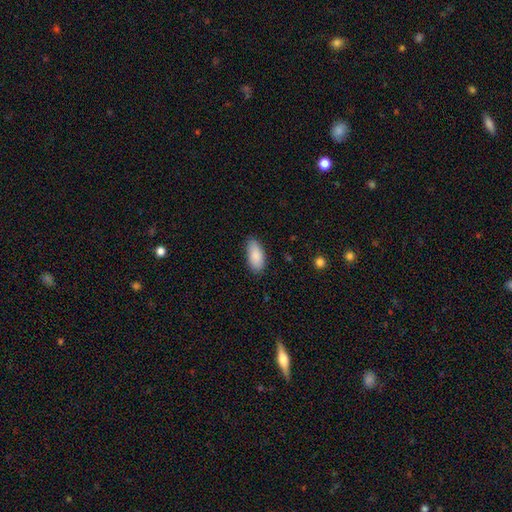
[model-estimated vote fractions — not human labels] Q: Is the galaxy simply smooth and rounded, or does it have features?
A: smooth — 88%.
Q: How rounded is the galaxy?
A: in between — 90%.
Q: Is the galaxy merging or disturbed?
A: none — 81%.